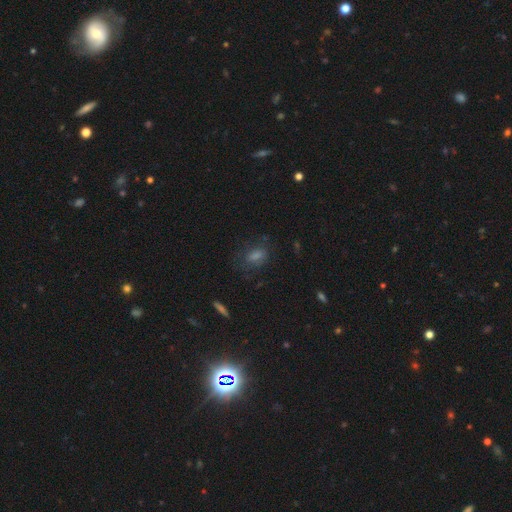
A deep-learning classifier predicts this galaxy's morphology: Smooth or featured?
  - smooth: 54% *
  - star or artifact: 28%
  - featured or disk: 18%
How rounded?
  - in between: 70% *
  - round: 24%
  - cigar-shaped: 6%
Merging?
  - none: 73% *
  - minor disturbance: 16%
  - major disturbance: 9%
  - merger: 2%